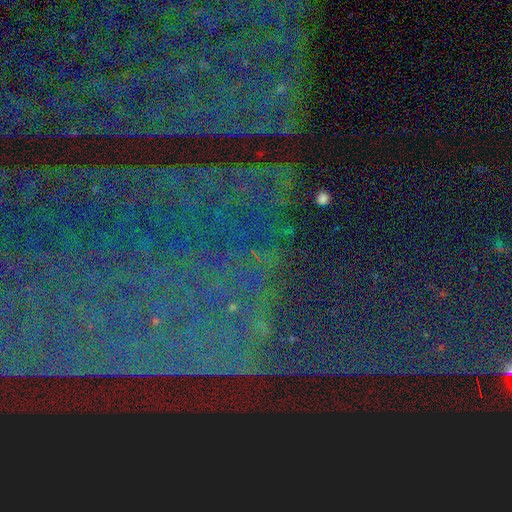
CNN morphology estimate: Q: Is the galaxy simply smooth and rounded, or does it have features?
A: star or artifact — 88%.